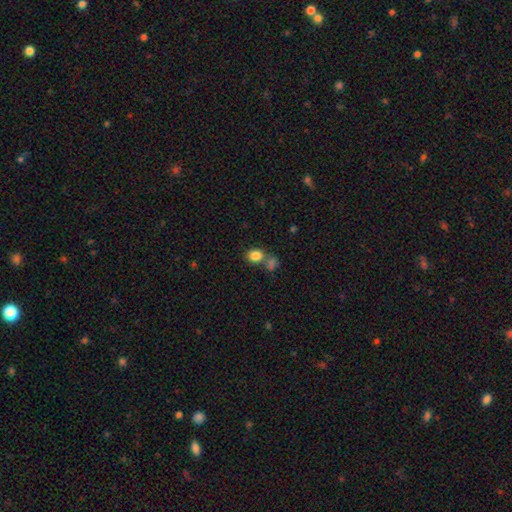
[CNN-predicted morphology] This appears to be a smooth galaxy with no disk features (84%) that is round (54%). Merging: none (54%).